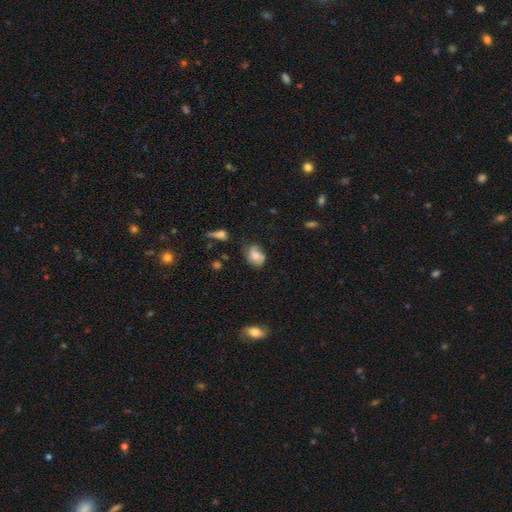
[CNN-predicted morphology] Overall: smooth (64%; featured or disk 27%). How rounded: in between (72%). Merging: none (52%; minor disturbance 32%).